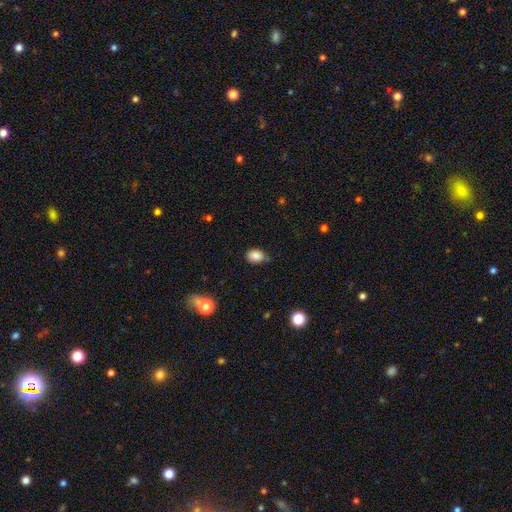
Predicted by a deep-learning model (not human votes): Smooth or featured? smooth (85%)
How rounded? in between (66%)
Merging? none (67%)